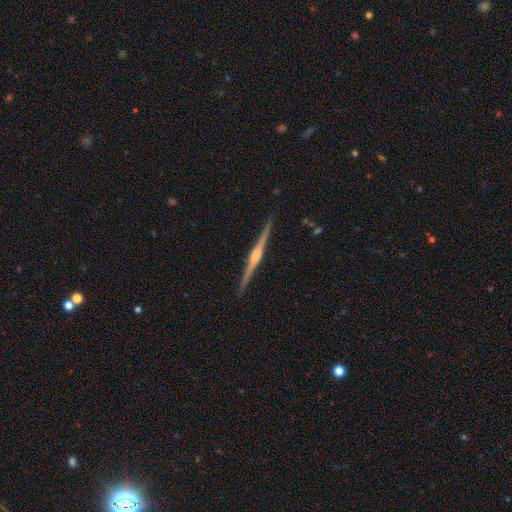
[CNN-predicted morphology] This appears to be a featured or disk galaxy (84%) viewed edge-on (99%) with a rounded central bulge (77%). Merging: none (91%).